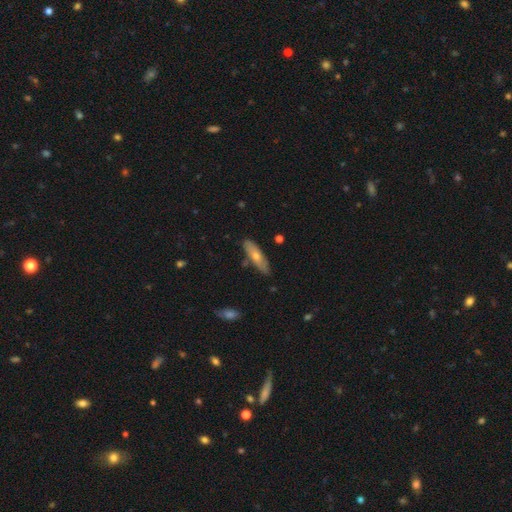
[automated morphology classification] This is possibly a smooth galaxy (50%). Merging: clearly none (82%).